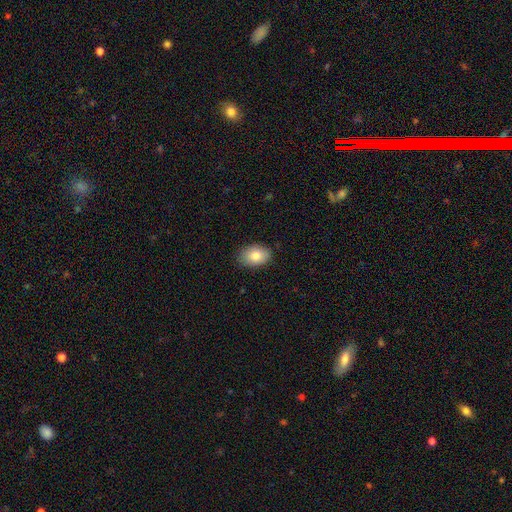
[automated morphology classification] smooth 84%, featured or disk 9%, star or artifact 7%. Down the decision tree: how rounded — in between (87%); merging — none (86%).